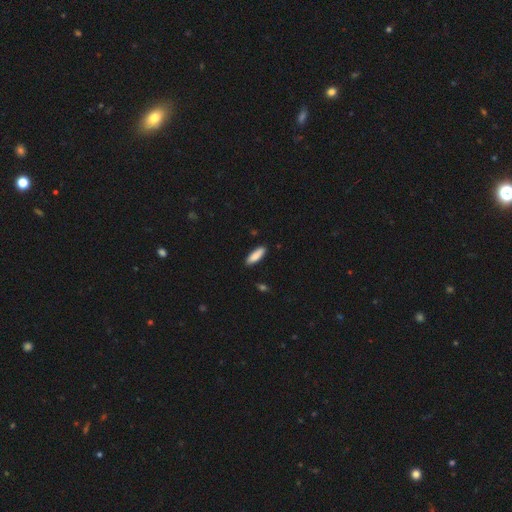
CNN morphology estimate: Smooth or featured? smooth (87%)
How rounded? cigar-shaped (51%)
Merging? none (87%)